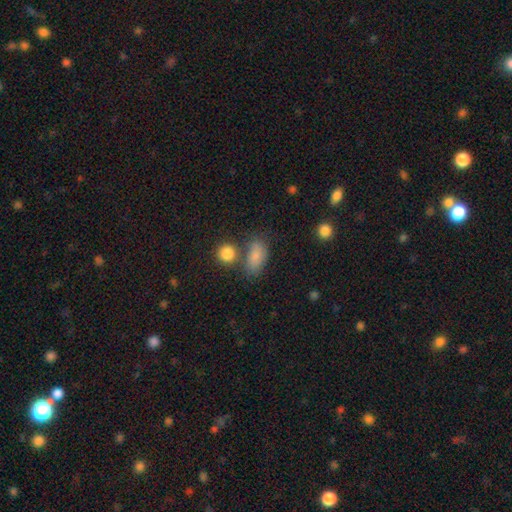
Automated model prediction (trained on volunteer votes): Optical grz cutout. It shows a smooth galaxy with no disk features (80%) that is in between round and cigar-shaped (85%). Merging: none (55%).